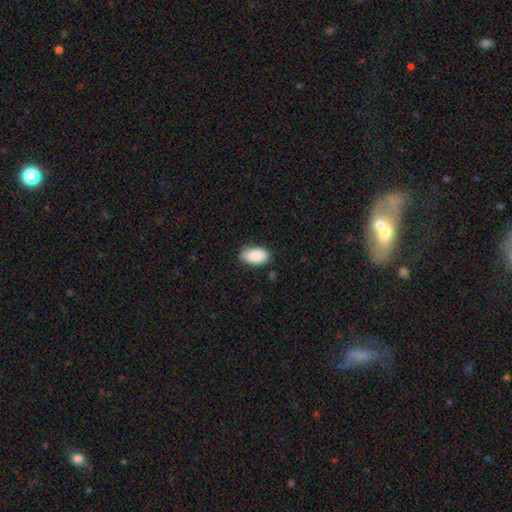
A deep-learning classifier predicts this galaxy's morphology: Overall: smooth (90%). How rounded: in between (94%). Merging: none (77%).